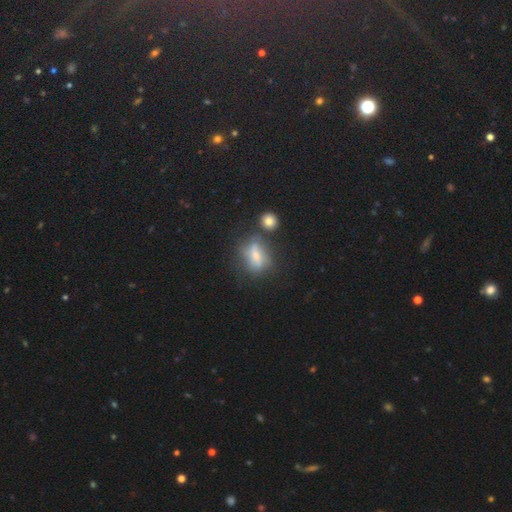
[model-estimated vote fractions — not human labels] A smooth galaxy with no disk features (50%) that is in between round and cigar-shaped (65%).

Vote fractions:
- Smooth or featured? smooth: 50% / featured or disk: 37% / star or artifact: 13%
- How rounded? in between: 65% / cigar-shaped: 18% / round: 18%
- Merging? none: 52% / minor disturbance: 23% / major disturbance: 15% / merger: 10%